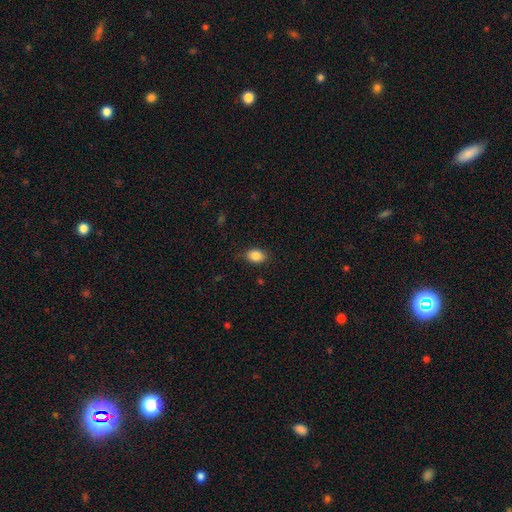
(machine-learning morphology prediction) smooth 86%, star or artifact 9%, featured or disk 5%. Down the decision tree: how rounded — in between (73%); merging — none (84%).